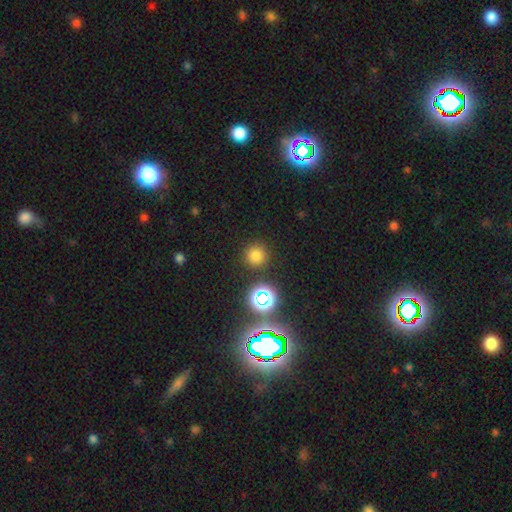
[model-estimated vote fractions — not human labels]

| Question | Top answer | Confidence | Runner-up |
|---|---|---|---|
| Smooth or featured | smooth | 74% | star or artifact (20%) |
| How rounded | round | 95% | in between (4%) |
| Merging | none | 89% | minor disturbance (6%) |